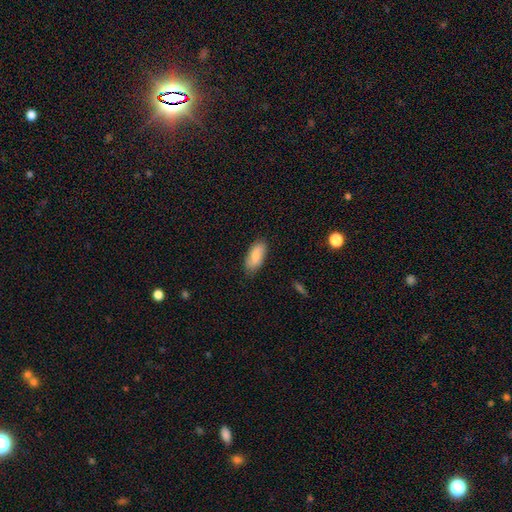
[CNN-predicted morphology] Smooth or featured? smooth (79%)
How rounded? in between (91%)
Merging? none (79%)